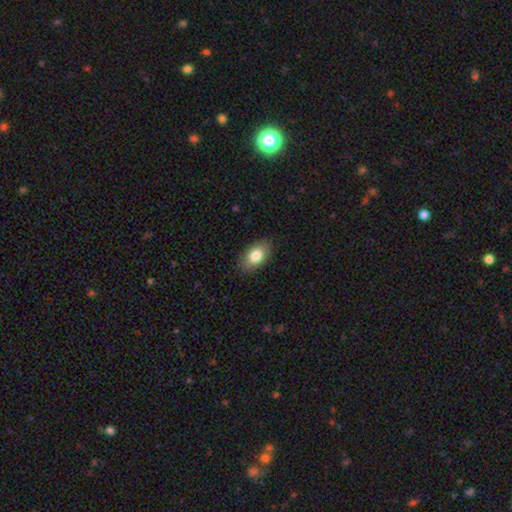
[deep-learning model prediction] The model was most divided on "smooth or featured": smooth: 81%, featured or disk: 11%, star or artifact: 7%. More confident: how rounded — in between (90%); merging — none (86%).